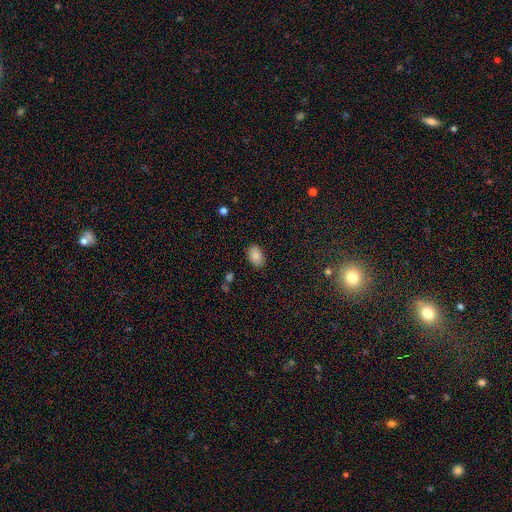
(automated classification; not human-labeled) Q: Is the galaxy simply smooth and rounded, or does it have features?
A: smooth — 87%.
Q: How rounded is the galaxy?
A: in between — 90%.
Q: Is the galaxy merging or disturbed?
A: none — 87%.